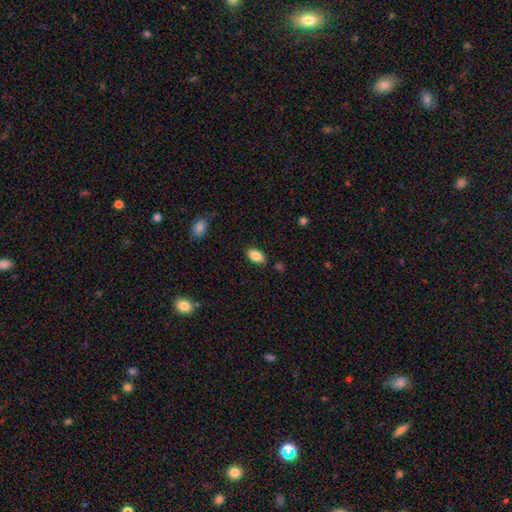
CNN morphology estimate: smooth_or_featured: smooth (p=0.84) [alt: featured or disk p=0.09]
how_rounded: in between (p=0.91) [alt: round p=0.06]
merging: none (p=0.82) [alt: minor disturbance p=0.14]